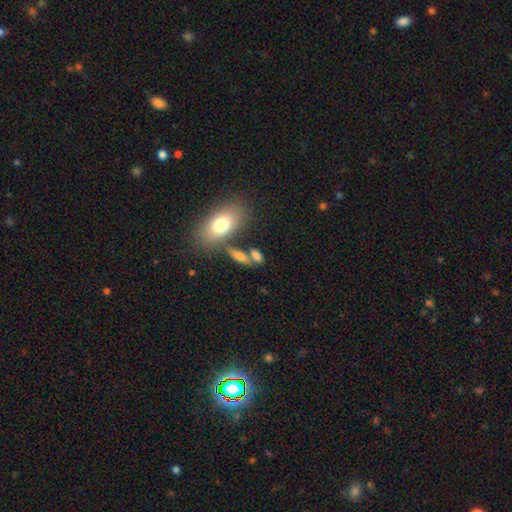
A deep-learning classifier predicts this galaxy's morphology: smooth-or-featured: smooth: 73% | featured or disk: 17% | star or artifact: 10%
  how-rounded: in between: 67% | cigar-shaped: 25% | round: 8%
  merging: none: 53% | merger: 28% | minor disturbance: 13% | major disturbance: 7%